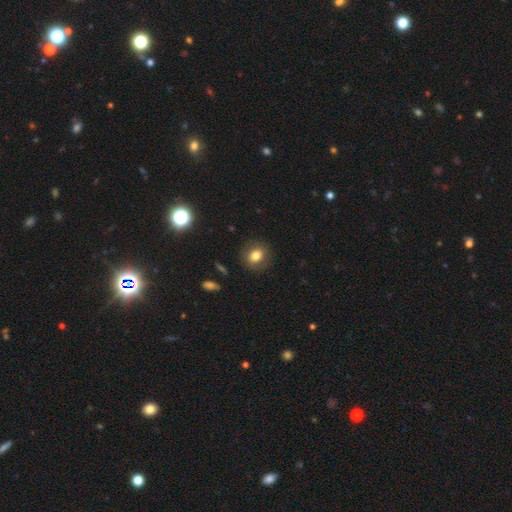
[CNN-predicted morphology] The model was most divided on "how rounded": round: 65%, in between: 34%, cigar-shaped: 1%. More confident: merging — none (85%); smooth or featured — smooth (79%).